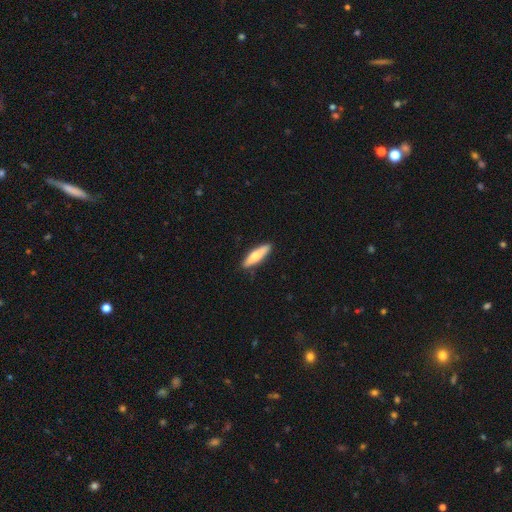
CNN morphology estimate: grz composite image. It shows a smooth galaxy with no disk features (63%) that is cigar-shaped (74%). Merging: none (88%).